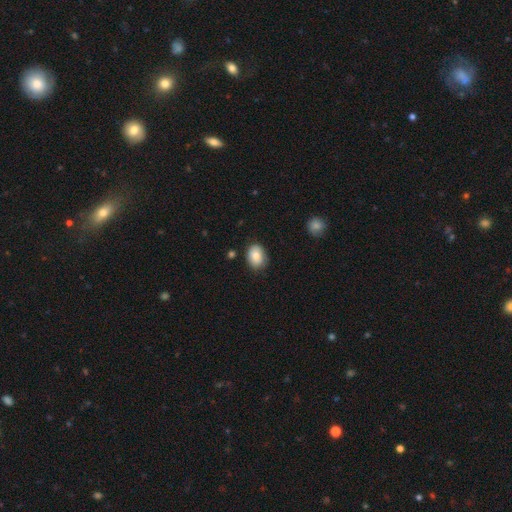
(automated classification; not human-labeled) This appears to be a smooth galaxy with no disk features (83%) that is in between round and cigar-shaped (71%). Merging: none (80%).